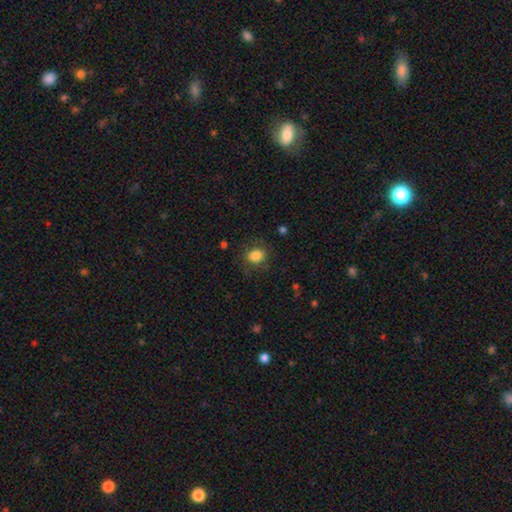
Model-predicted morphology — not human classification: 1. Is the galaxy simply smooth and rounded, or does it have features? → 84% smooth, 10% star or artifact, 6% featured or disk.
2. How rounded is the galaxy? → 61% round, 38% in between, 1% cigar-shaped.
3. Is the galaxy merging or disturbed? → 81% none, 13% minor disturbance, 5% major disturbance, 1% merger.